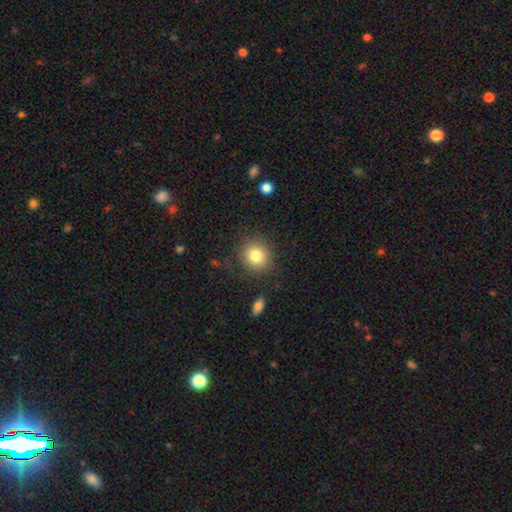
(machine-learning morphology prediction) smooth 81%, star or artifact 10%, featured or disk 9%. Down the decision tree: how rounded — round (84%); merging — none (84%).